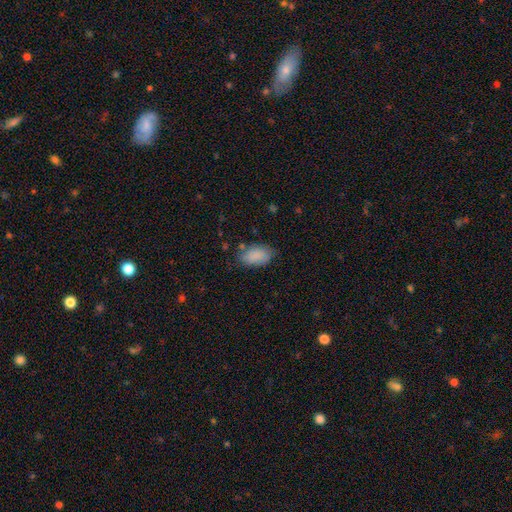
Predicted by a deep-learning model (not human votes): Q: Smooth or featured?
A: smooth (87%); runner-up: star or artifact (7%)
Q: How rounded?
A: in between (93%); runner-up: round (5%)
Q: Merging?
A: none (73%); runner-up: minor disturbance (20%)